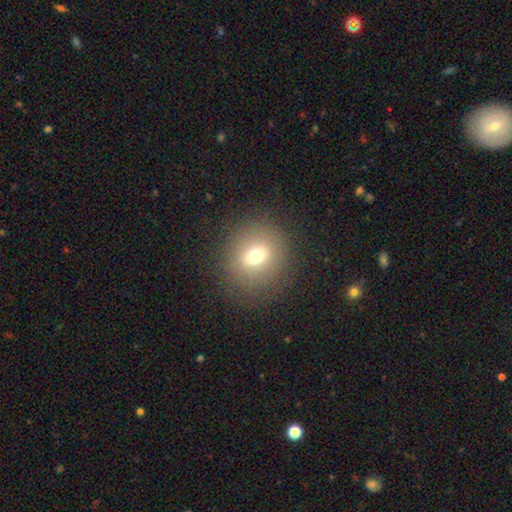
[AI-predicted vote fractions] The model was most divided on "smooth or featured": smooth: 64%, featured or disk: 22%, star or artifact: 14%. More confident: merging — none (83%); how rounded — round (82%).